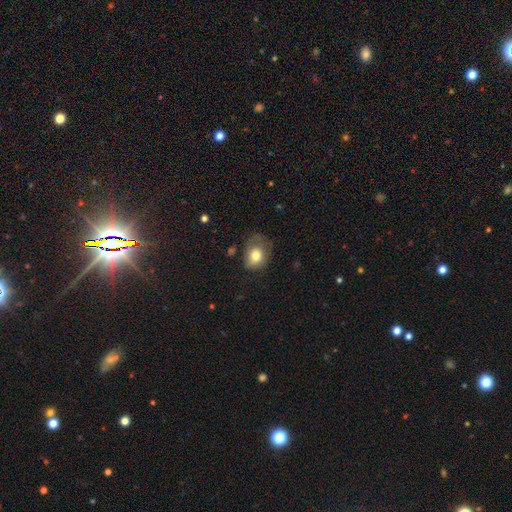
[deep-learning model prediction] Smooth or featured? smooth (77%)
How rounded? in between (54%)
Merging? none (45%)